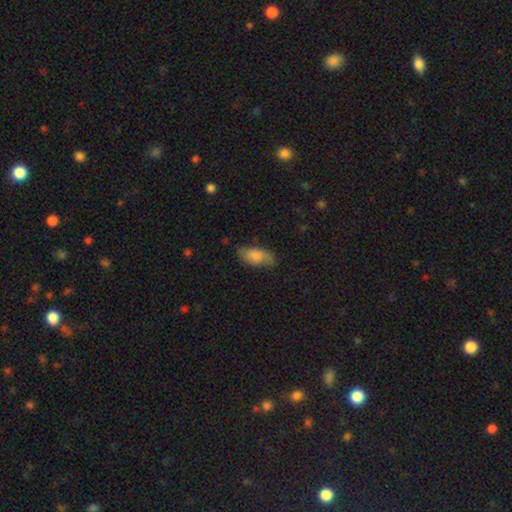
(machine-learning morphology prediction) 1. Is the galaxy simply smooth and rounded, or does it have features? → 75% smooth, 18% featured or disk, 7% star or artifact.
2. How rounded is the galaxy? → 89% in between, 8% cigar-shaped, 3% round.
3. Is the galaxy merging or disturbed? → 70% none, 23% minor disturbance, 6% major disturbance, 1% merger.